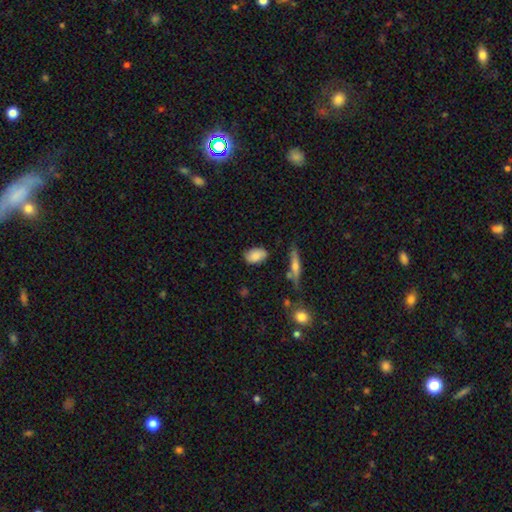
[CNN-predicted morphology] This appears to be a smooth galaxy with no disk features (78%) that is in between round and cigar-shaped (89%). Merging: none (73%).